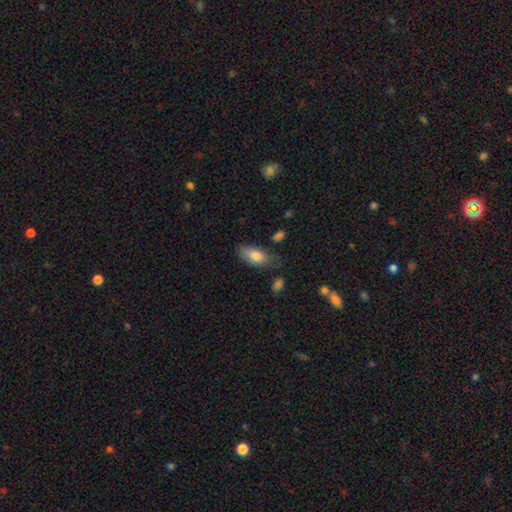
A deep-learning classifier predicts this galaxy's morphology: smooth-or-featured: smooth: 80% | featured or disk: 14% | star or artifact: 6%
  how-rounded: in between: 90% | cigar-shaped: 7% | round: 3%
  merging: none: 65% | minor disturbance: 24% | major disturbance: 6% | merger: 4%